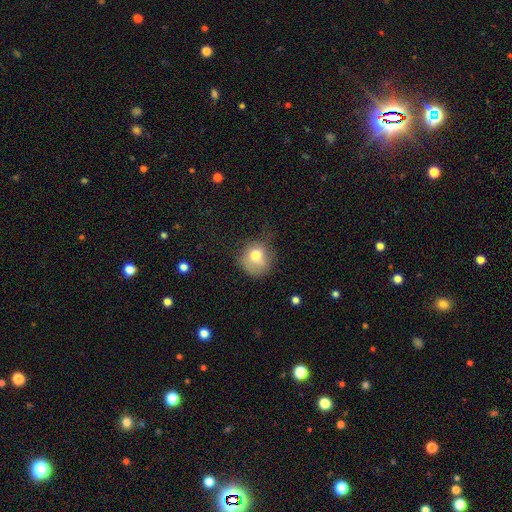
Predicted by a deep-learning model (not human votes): A smooth galaxy with no disk features (75%) that is round (81%). Merging: none (50%).